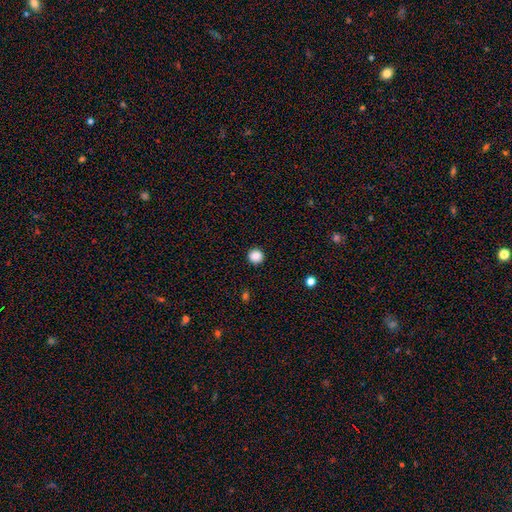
Smooth or featured? 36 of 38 (95%) said smooth. How rounded? 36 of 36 (100%) said round. Merging? 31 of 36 (86%) said none.